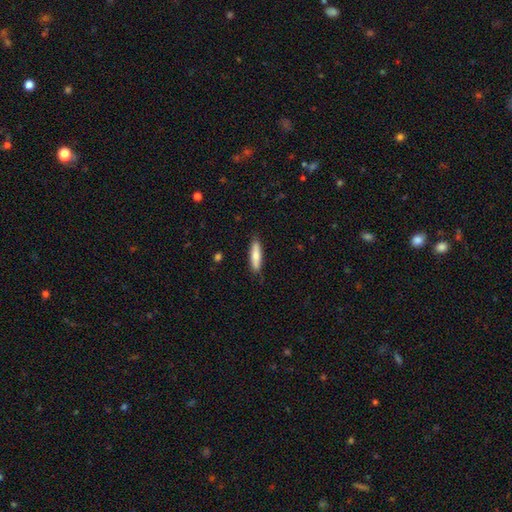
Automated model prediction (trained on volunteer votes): Smooth or featured? smooth (77%)
How rounded? cigar-shaped (73%)
Merging? none (86%)